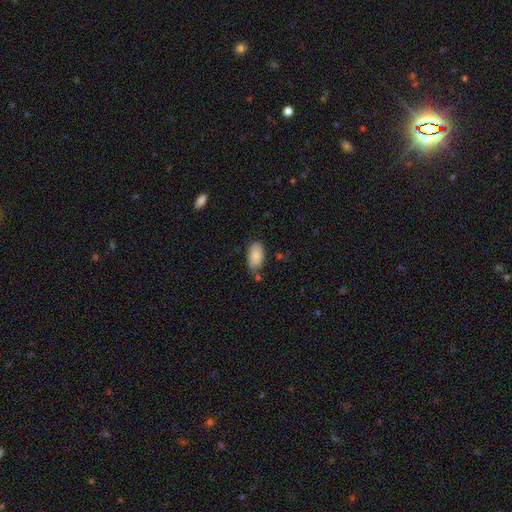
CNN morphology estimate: This appears to be a smooth galaxy with no disk features (88%) that is in between round and cigar-shaped (94%). Merging: none (64%).